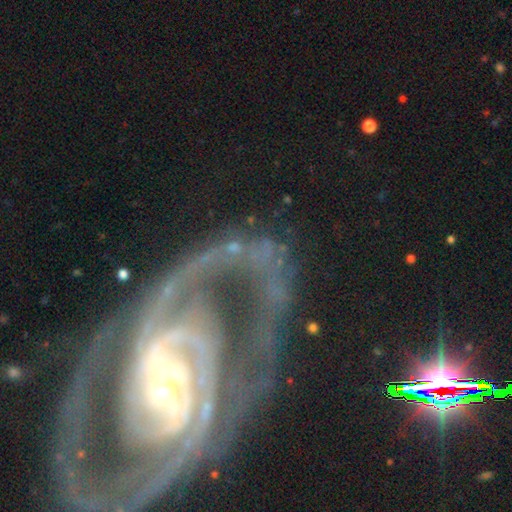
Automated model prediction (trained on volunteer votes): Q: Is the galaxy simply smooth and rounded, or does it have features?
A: featured or disk — 83%.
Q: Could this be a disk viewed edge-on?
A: no — 95%.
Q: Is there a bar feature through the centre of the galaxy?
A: strong — 37%.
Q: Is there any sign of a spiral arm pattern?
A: yes — 88%.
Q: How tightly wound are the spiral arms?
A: tight — 46%.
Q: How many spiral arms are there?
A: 2 — 48%.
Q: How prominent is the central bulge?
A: small — 43%, tied with moderate.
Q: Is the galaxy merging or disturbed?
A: none — 57%.